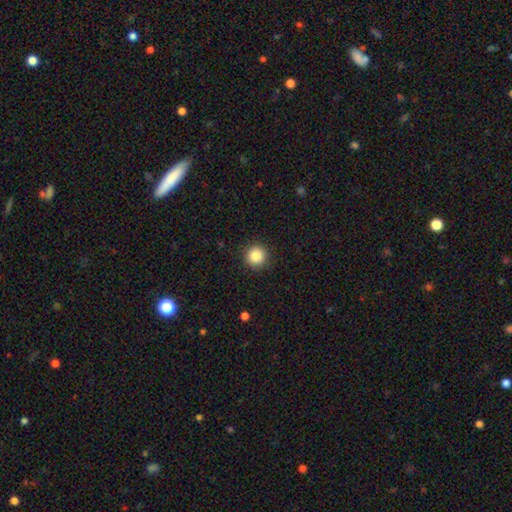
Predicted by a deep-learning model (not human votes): Morphology: type=smooth (86%); roundness=round (95%); merging=none (92%).